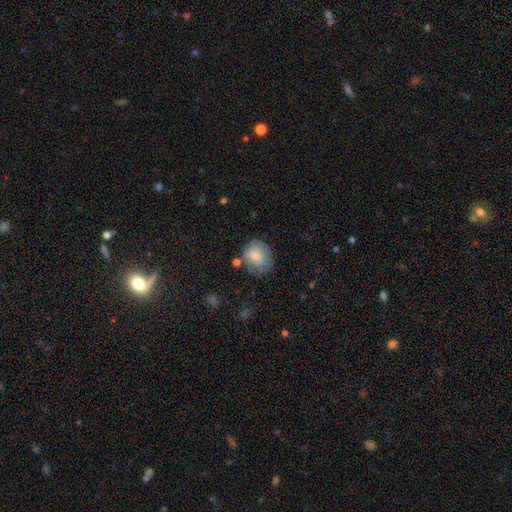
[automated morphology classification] Smooth or featured? Predicted: smooth (p=0.76). How rounded? Predicted: round (p=0.59). Merging? Predicted: none (p=0.57).